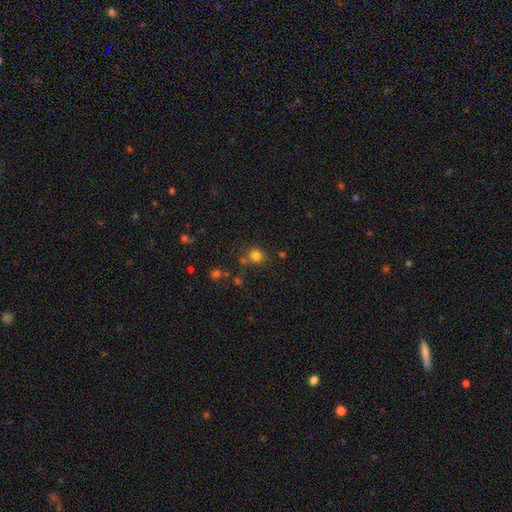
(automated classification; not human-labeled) Smooth or featured? Predicted: smooth (p=0.78). How rounded? Predicted: round (p=0.85). Merging? Predicted: none (p=0.70).